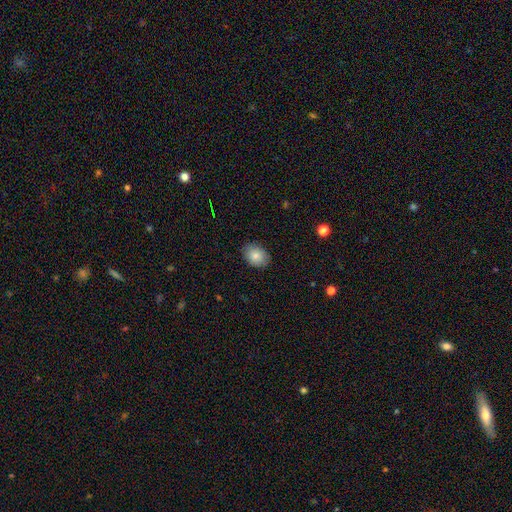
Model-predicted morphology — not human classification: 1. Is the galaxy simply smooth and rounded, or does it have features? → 82% smooth, 10% featured or disk, 8% star or artifact.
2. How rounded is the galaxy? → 71% in between, 28% round, 1% cigar-shaped.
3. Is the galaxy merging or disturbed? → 84% none, 13% minor disturbance, 2% major disturbance, 1% merger.